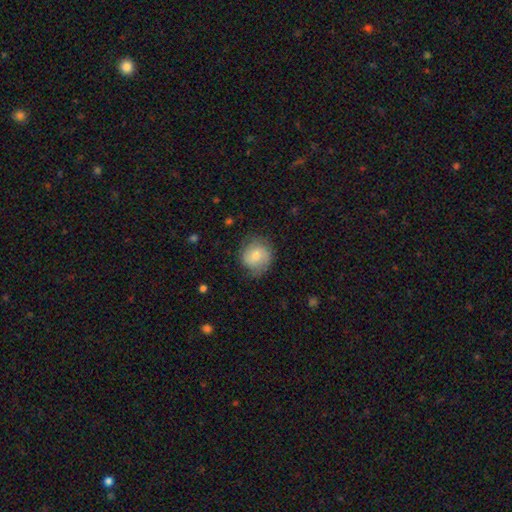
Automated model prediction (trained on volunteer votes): Smooth or featured?
  - smooth: 65% *
  - featured or disk: 28%
  - star or artifact: 7%
How rounded?
  - round: 79% *
  - in between: 20%
  - cigar-shaped: 1%
Merging?
  - none: 71% *
  - minor disturbance: 20%
  - major disturbance: 7%
  - merger: 1%